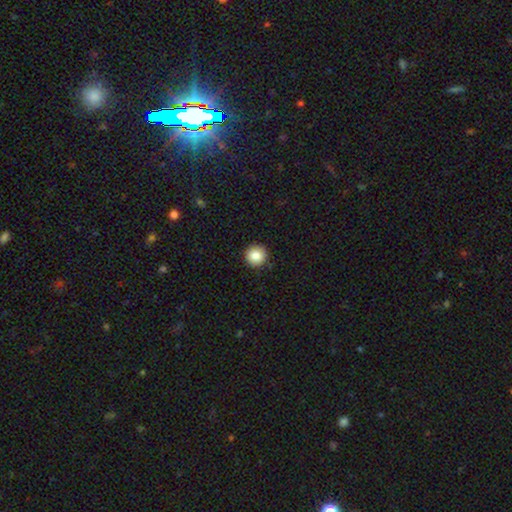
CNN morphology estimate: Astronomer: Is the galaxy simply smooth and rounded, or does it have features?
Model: smooth — 86%.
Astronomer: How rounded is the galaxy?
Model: round — 94%.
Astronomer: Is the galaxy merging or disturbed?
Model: none — 91%.